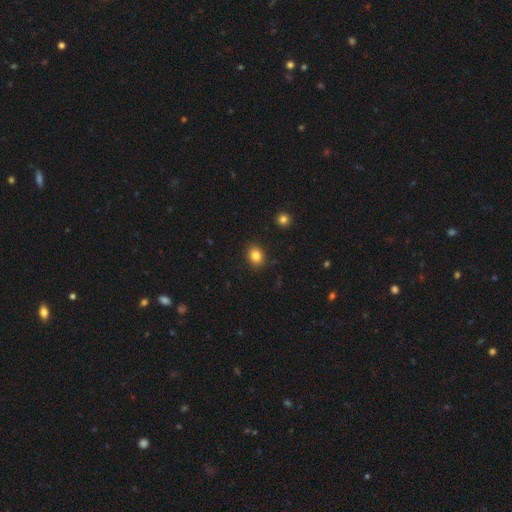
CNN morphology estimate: Smooth or featured? Predicted: smooth (p=0.84). How rounded? Predicted: round (p=0.52). Merging? Predicted: none (p=0.89).